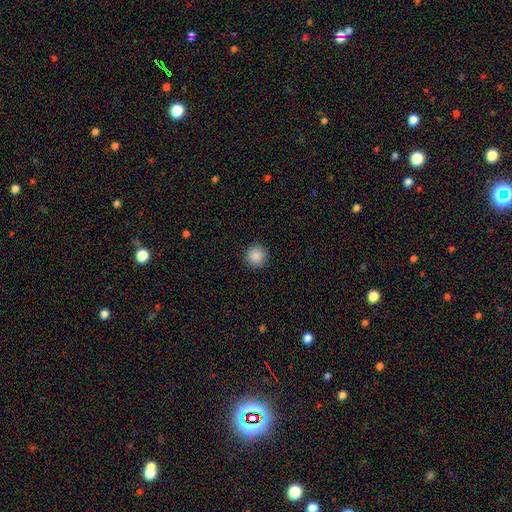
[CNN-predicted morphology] Smooth or featured? Predicted: smooth (p=0.88). How rounded? Predicted: round (p=0.95). Merging? Predicted: none (p=0.92).